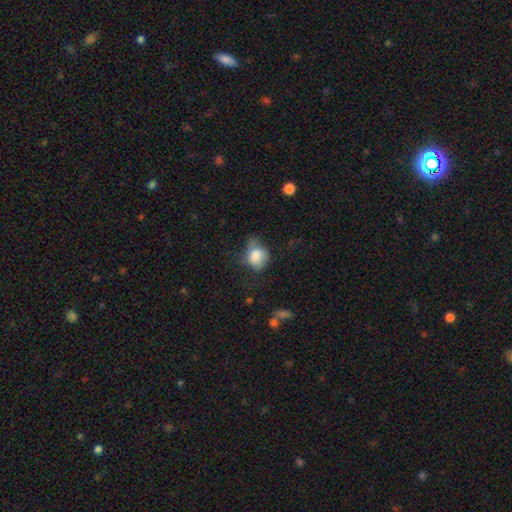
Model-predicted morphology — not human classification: This is likely a smooth galaxy (79%). How rounded: possibly round (59%). Merging: marginally none (40%).